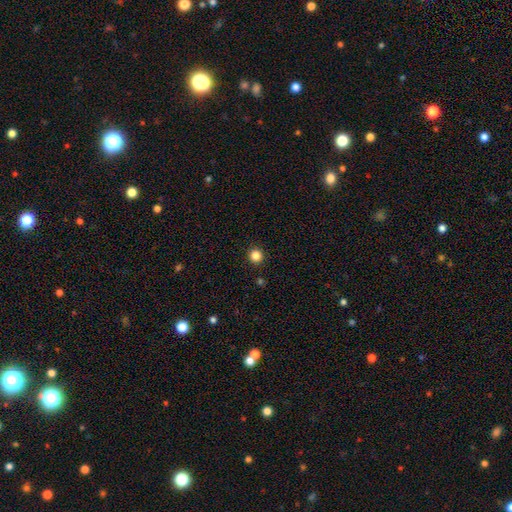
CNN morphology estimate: A smooth galaxy with no disk features (84%) that is round (95%).

Vote fractions:
- Smooth or featured? smooth: 84% / star or artifact: 13% / featured or disk: 4%
- How rounded? round: 95% / in between: 4% / cigar-shaped: 1%
- Merging? none: 93% / minor disturbance: 4% / major disturbance: 2% / merger: 1%